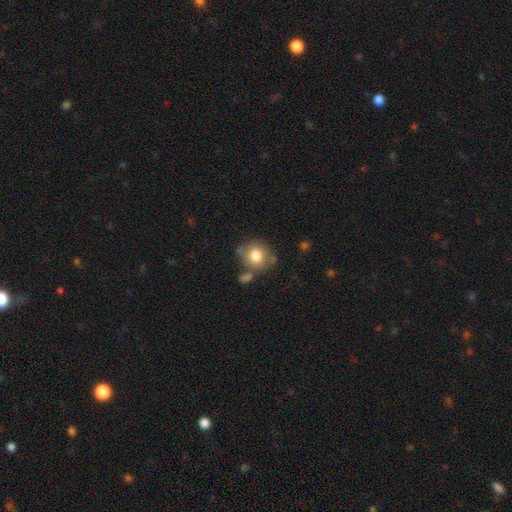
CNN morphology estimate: smooth-or-featured: smooth: 78% | featured or disk: 12% | star or artifact: 9%
  how-rounded: round: 81% | in between: 18% | cigar-shaped: 1%
  merging: none: 67% | minor disturbance: 16% | merger: 12% | major disturbance: 5%